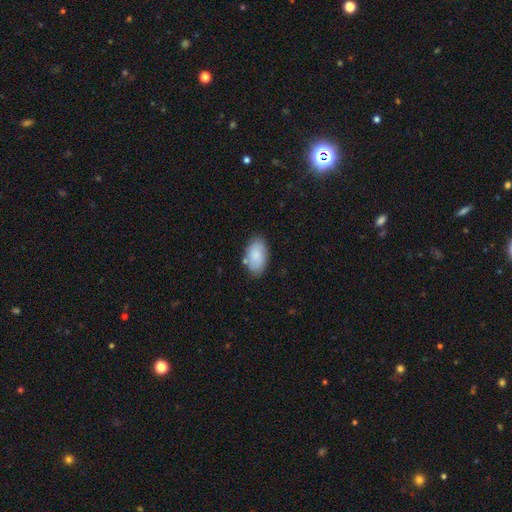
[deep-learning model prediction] smooth 85%, featured or disk 10%, star or artifact 6%. Down the decision tree: how rounded — in between (94%); merging — none (78%).